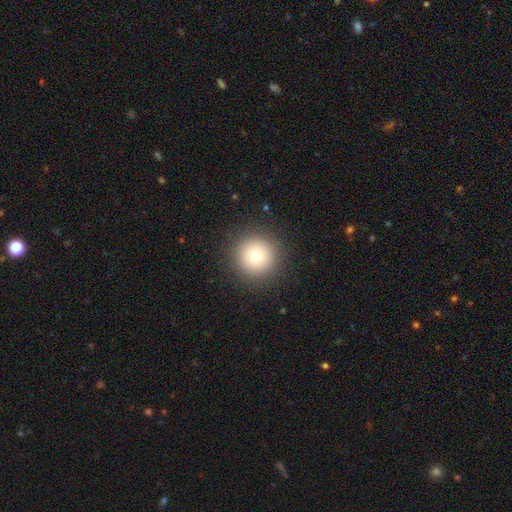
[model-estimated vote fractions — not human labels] Smooth or featured? smooth (76%)
How rounded? round (96%)
Merging? none (91%)